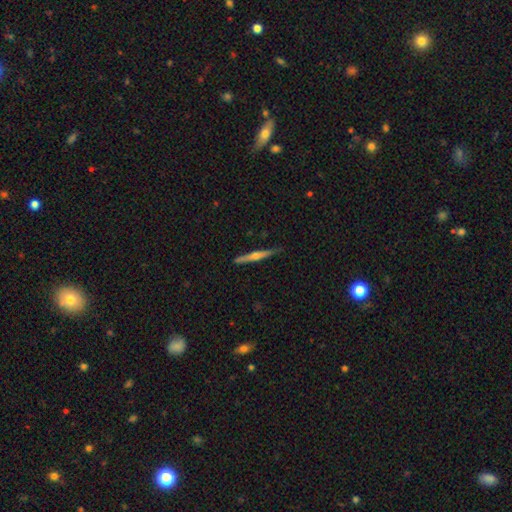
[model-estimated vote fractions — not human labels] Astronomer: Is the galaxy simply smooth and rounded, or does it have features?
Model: featured or disk — 66%.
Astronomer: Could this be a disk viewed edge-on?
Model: yes — 97%.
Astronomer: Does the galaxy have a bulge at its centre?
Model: rounded — 84%.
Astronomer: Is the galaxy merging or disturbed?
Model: none — 87%.